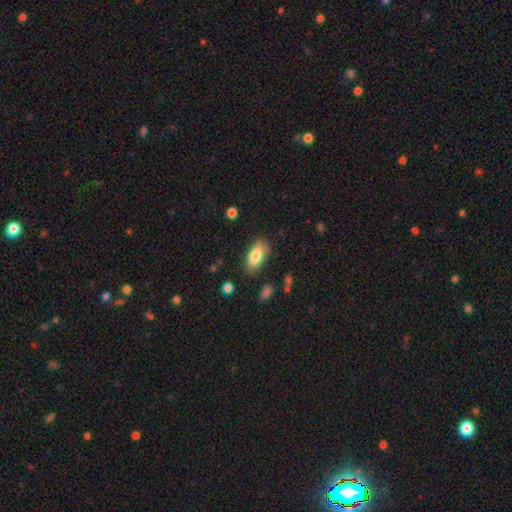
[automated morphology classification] type=smooth (81%); roundness=in between (88%); merging=none (81%).